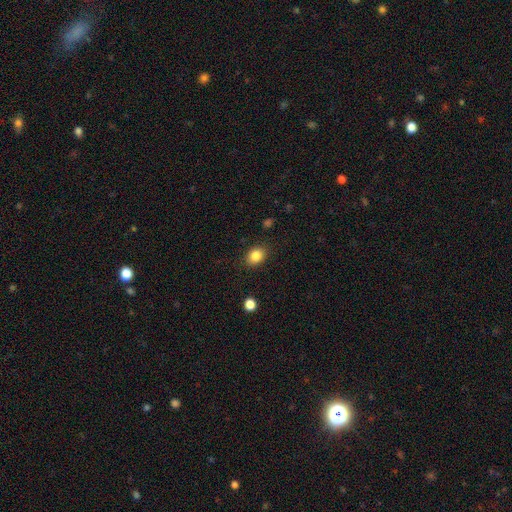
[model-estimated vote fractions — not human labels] Smooth or featured? Predicted: smooth (p=0.85). How rounded? Predicted: in between (p=0.57). Merging? Predicted: none (p=0.86).